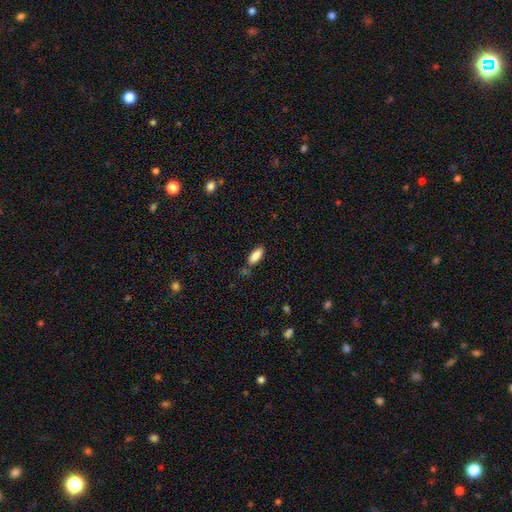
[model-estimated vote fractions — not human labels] Q: Smooth or featured?
A: smooth (87%); runner-up: star or artifact (7%)
Q: How rounded?
A: in between (76%); runner-up: cigar-shaped (22%)
Q: Merging?
A: none (75%); runner-up: minor disturbance (16%)